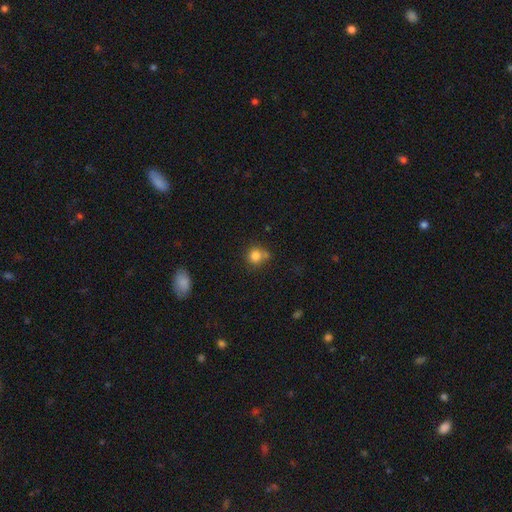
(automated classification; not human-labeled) This is clearly a smooth galaxy (82%). How rounded: clearly round (86%). Merging: likely none (60%).